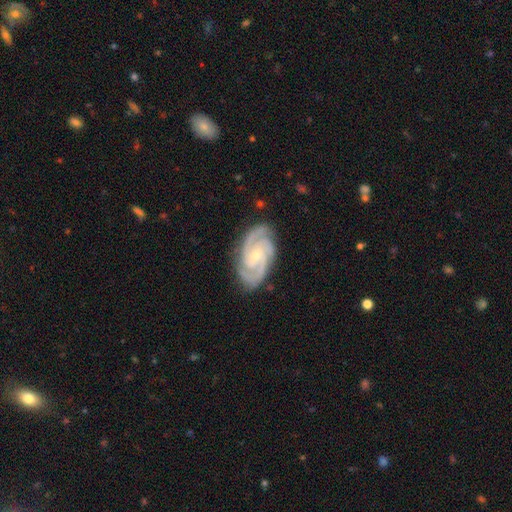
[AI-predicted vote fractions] A featured or disk galaxy (93%) with no bar (58%), 3 (46%) tight (62%) spiral arms (99%) and a small central bulge (71%).

Vote fractions:
- Smooth or featured? featured or disk: 93% / star or artifact: 4% / smooth: 3%
- Edge-on disk? no: 97% / yes: 3%
- Bar? no: 58% / weak: 31% / strong: 11%
- Spiral arms? yes: 99% / no: 1%
- Spiral winding? tight: 62% / medium: 34% / loose: 4%
- Spiral arm count? 3: 46% / 2: 34% / 4: 9% / can't tell: 5% / more than 4: 3% / 1: 3%
- Bulge size? small: 71% / moderate: 26% / none: 2% / large: 1% / dominant: 1%
- Merging? none: 83% / minor disturbance: 13% / major disturbance: 3% / merger: 1%